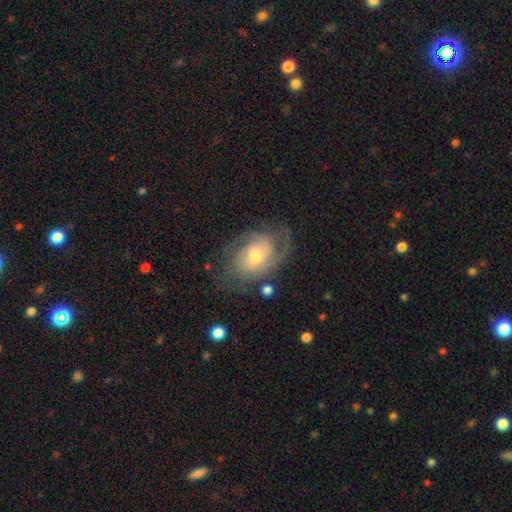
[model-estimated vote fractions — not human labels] This appears to be a featured or disk galaxy (79%) with no bar (67%), 2 (37%) tight (50%) spiral arms (92%) and a moderate central bulge (49%). Merging: none (66%).